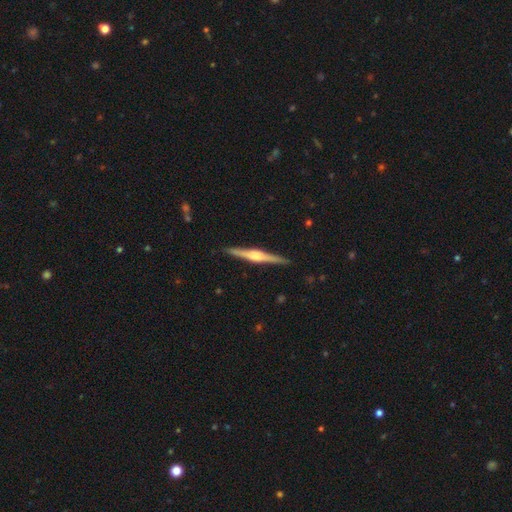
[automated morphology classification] featured or disk 77%, smooth 18%, star or artifact 5%. Down the decision tree: edge-on disk — yes (98%); edge-on bulge — rounded (71%); merging — none (91%).